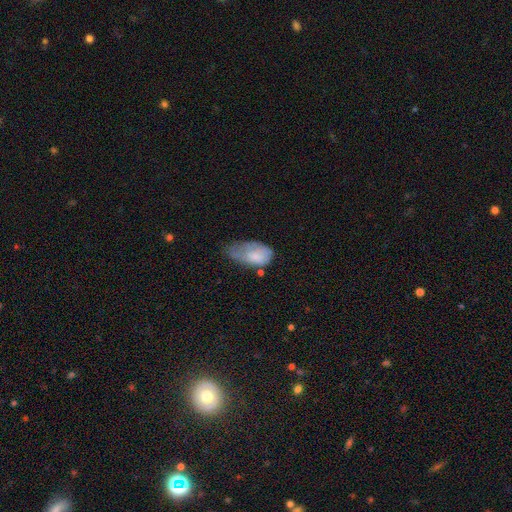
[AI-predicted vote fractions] Smooth or featured? smooth (70%)
How rounded? in between (92%)
Merging? minor disturbance (43%)